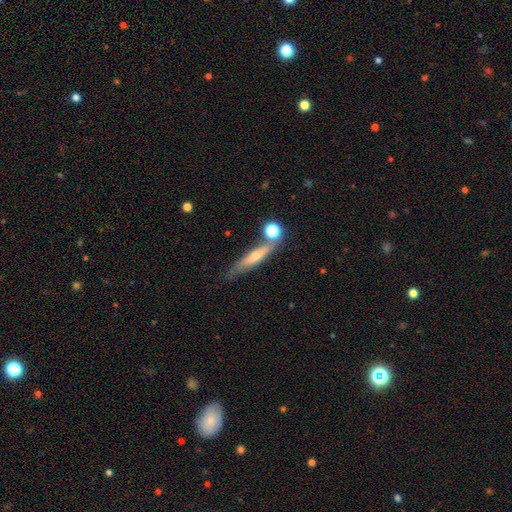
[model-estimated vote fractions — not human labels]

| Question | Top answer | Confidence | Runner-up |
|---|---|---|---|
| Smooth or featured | featured or disk | 47% | smooth (43%) |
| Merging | none | 61% | minor disturbance (18%) |